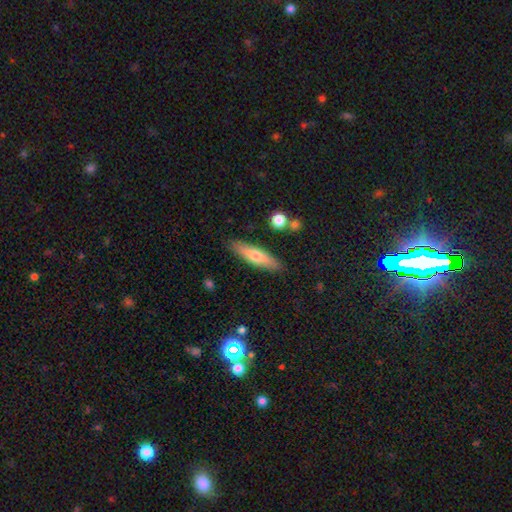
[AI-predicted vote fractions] smooth-or-featured: smooth: 60% | featured or disk: 33% | star or artifact: 6%
  how-rounded: cigar-shaped: 73% | in between: 25% | round: 2%
  merging: none: 86% | minor disturbance: 9% | merger: 2% | major disturbance: 2%